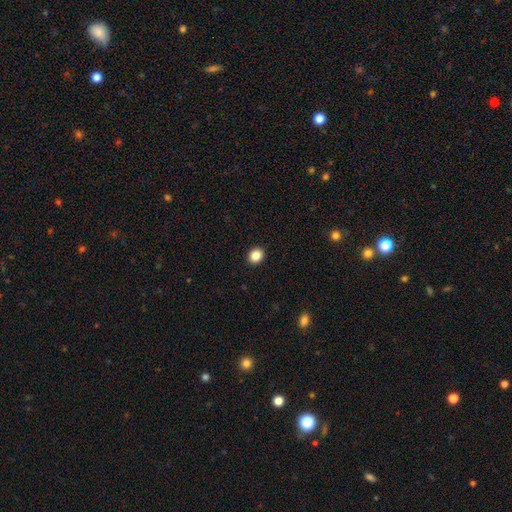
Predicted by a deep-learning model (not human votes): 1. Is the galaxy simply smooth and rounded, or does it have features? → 86% smooth, 10% star or artifact, 4% featured or disk.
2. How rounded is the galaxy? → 63% round, 36% in between, 1% cigar-shaped.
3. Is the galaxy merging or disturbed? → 93% none, 5% minor disturbance, 1% major disturbance, 1% merger.